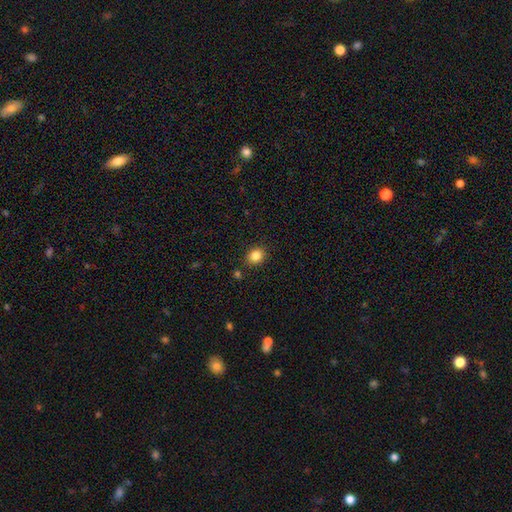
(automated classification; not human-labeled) smooth 84%, star or artifact 11%, featured or disk 6%. Down the decision tree: how rounded — round (67%); merging — none (87%).